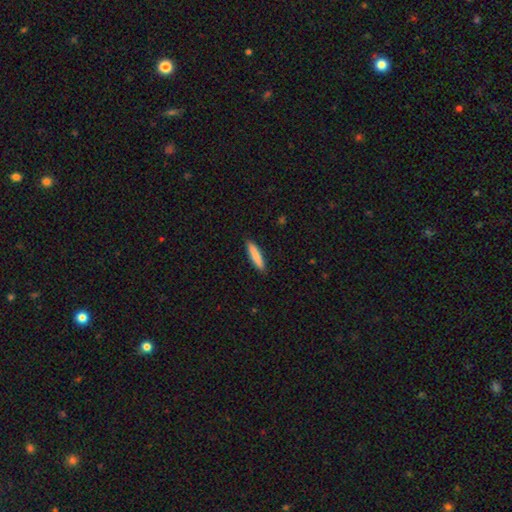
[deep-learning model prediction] Morphology: type=smooth (85%); roundness=cigar-shaped (85%); merging=none (90%).